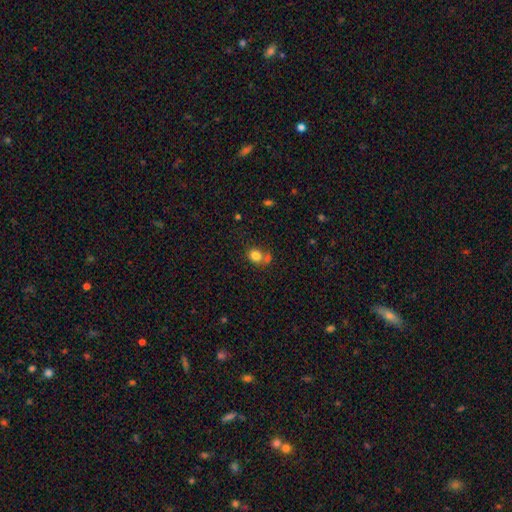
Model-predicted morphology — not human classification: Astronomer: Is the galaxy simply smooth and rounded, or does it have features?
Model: smooth — 81%.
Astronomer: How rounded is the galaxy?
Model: round — 69%.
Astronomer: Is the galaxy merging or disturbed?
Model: none — 51% (runner-up: merger, 31%).